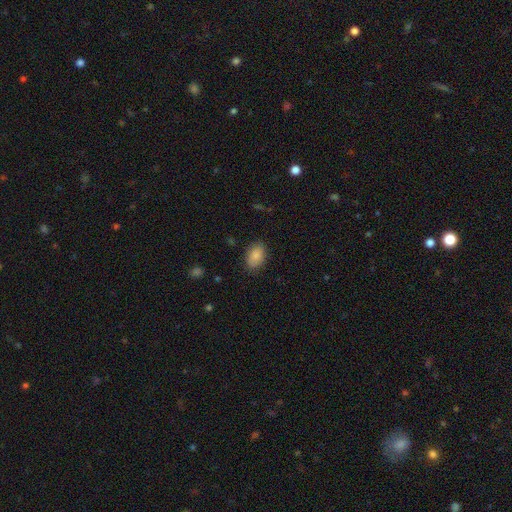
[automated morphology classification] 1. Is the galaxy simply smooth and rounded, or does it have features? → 87% smooth, 7% star or artifact, 6% featured or disk.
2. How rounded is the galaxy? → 88% in between, 11% round, 1% cigar-shaped.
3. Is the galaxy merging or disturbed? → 84% none, 12% minor disturbance, 3% major disturbance, 1% merger.